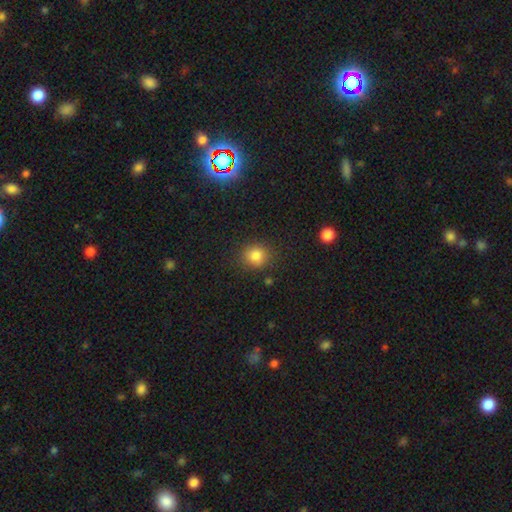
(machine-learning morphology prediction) type=smooth (81%); roundness=round (81%); merging=none (84%).